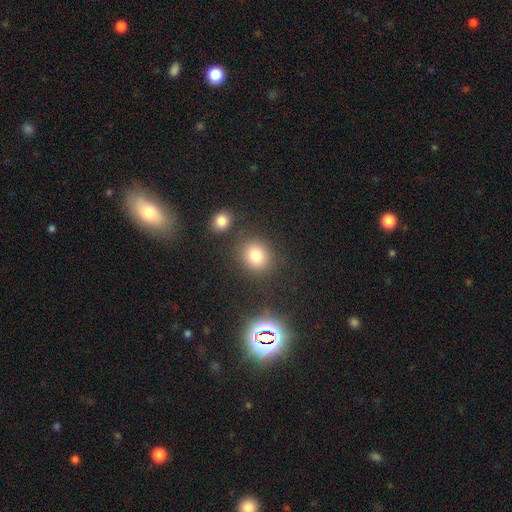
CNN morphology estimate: The model was most divided on "how rounded": round: 78%, in between: 21%, cigar-shaped: 1%. More confident: merging — none (80%); smooth or featured — smooth (78%).